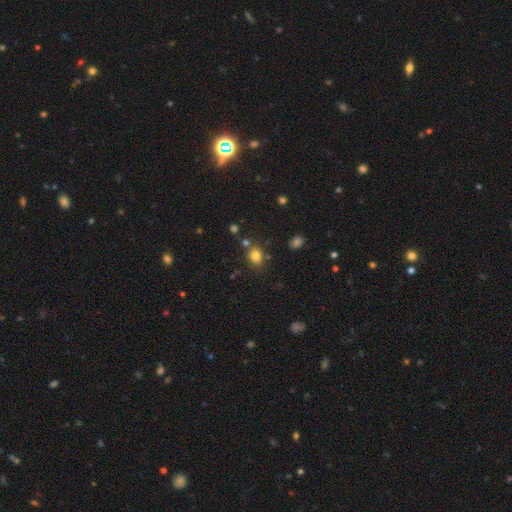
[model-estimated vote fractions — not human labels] Q: Smooth or featured?
A: smooth (79%); runner-up: star or artifact (14%)
Q: How rounded?
A: round (55%); runner-up: in between (44%)
Q: Merging?
A: none (71%); runner-up: minor disturbance (13%)